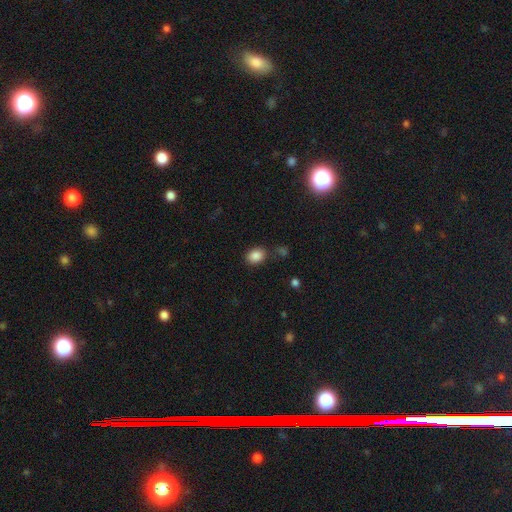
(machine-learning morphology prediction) Smooth or featured?
  - smooth: 86% *
  - star or artifact: 10%
  - featured or disk: 4%
How rounded?
  - in between: 63% *
  - round: 36%
  - cigar-shaped: 1%
Merging?
  - none: 80% *
  - minor disturbance: 12%
  - merger: 5%
  - major disturbance: 4%